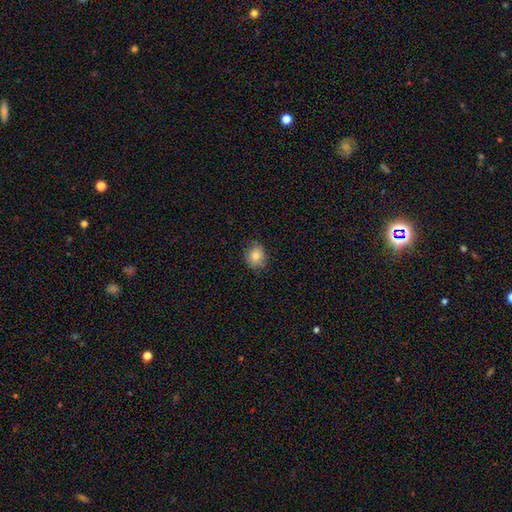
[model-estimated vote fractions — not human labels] smooth 82%, star or artifact 10%, featured or disk 8%. Down the decision tree: how rounded — round (60%); merging — none (81%).